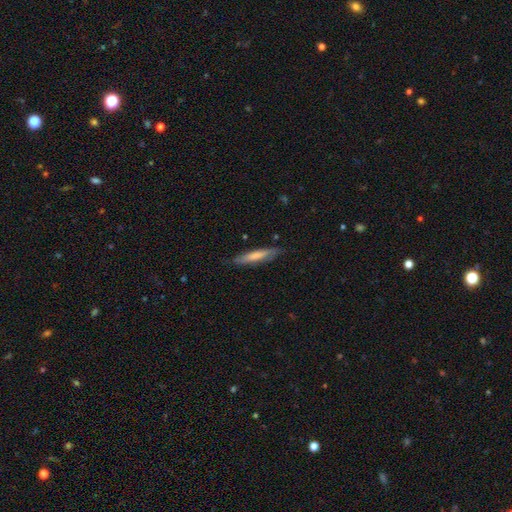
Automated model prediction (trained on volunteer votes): Smooth or featured? smooth (67%)
How rounded? cigar-shaped (88%)
Merging? none (81%)